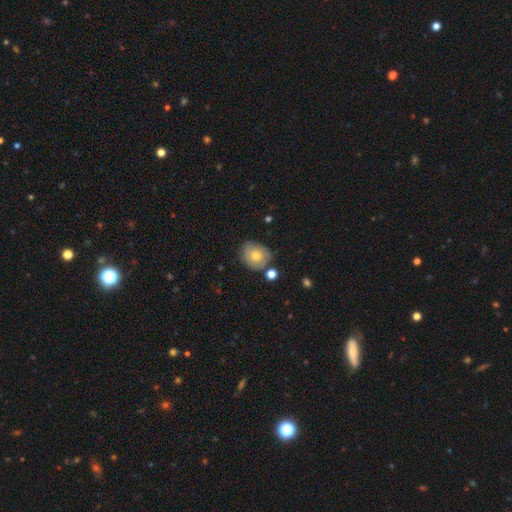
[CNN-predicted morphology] smooth-or-featured: smooth: 69% | featured or disk: 23% | star or artifact: 8%
  how-rounded: round: 67% | in between: 32% | cigar-shaped: 1%
  merging: none: 68% | minor disturbance: 20% | merger: 7% | major disturbance: 5%